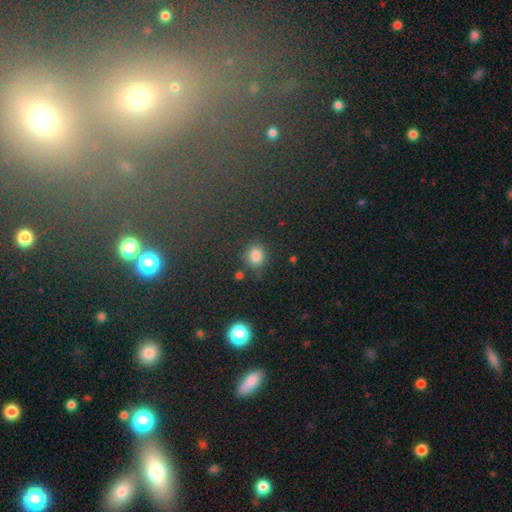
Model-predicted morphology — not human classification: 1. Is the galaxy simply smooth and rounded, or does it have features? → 81% smooth, 14% star or artifact, 5% featured or disk.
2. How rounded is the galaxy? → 72% round, 26% in between, 2% cigar-shaped.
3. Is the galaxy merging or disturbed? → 74% none, 15% minor disturbance, 6% major disturbance, 5% merger.